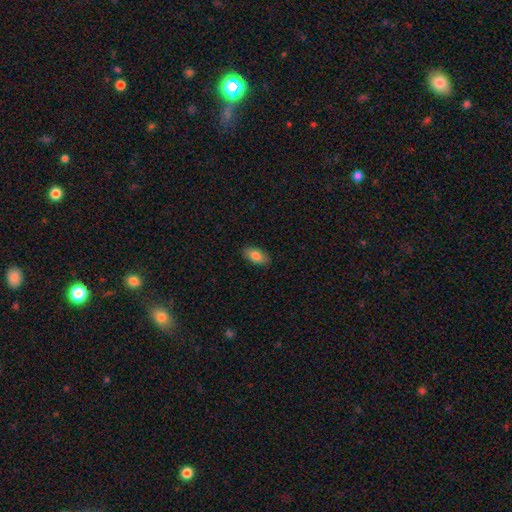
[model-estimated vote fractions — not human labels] Overall: smooth (84%). How rounded: in between (90%). Merging: none (88%).